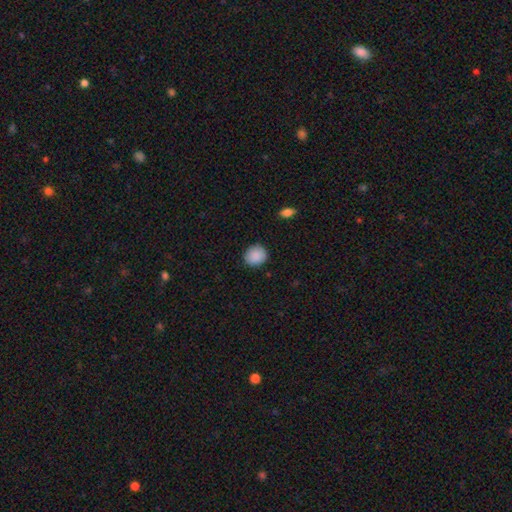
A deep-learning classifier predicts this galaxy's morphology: This appears to be a smooth galaxy with no disk features (90%) that is round (85%). Merging: none (89%).